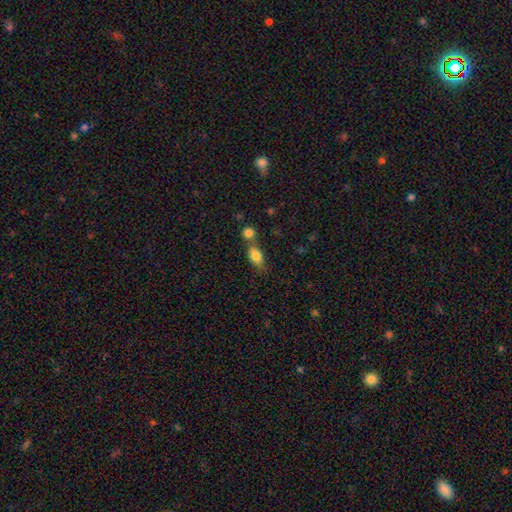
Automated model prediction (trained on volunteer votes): Overall: smooth (80%). How rounded: in between (77%). Merging: none (45%; merger 37%).